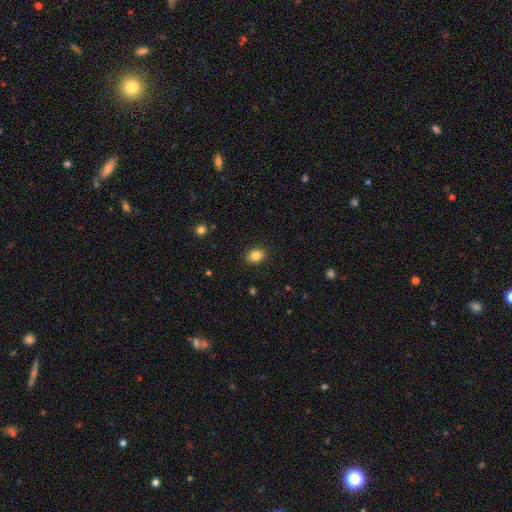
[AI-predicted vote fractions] This appears to be a smooth galaxy with no disk features (86%) that is in between round and cigar-shaped (62%). Merging: none (90%).